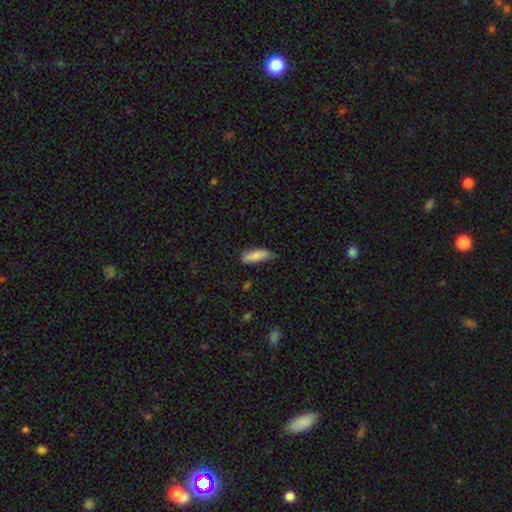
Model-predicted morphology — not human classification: This appears to be a smooth galaxy with no disk features (83%) that is in between round and cigar-shaped (60%). Merging: none (64%).